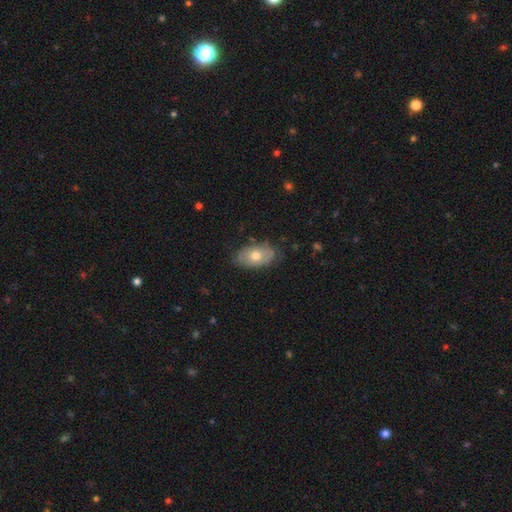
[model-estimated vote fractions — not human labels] Morphology: type=smooth (63%); roundness=in between (91%); merging=none (77%).